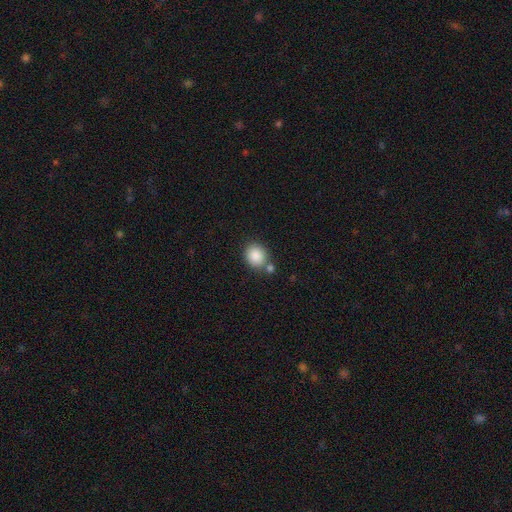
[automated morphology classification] The model was most divided on "how rounded": round: 73%, in between: 26%, cigar-shaped: 1%. More confident: smooth or featured — smooth (87%); merging — none (68%).